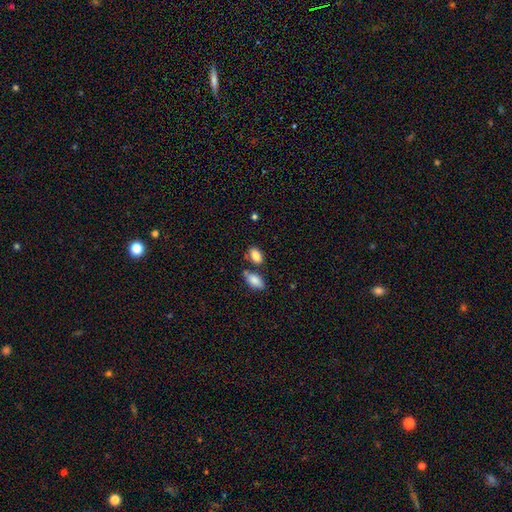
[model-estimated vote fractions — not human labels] A smooth galaxy with no disk features (85%) that is in between round and cigar-shaped (89%). Merging: none (63%).